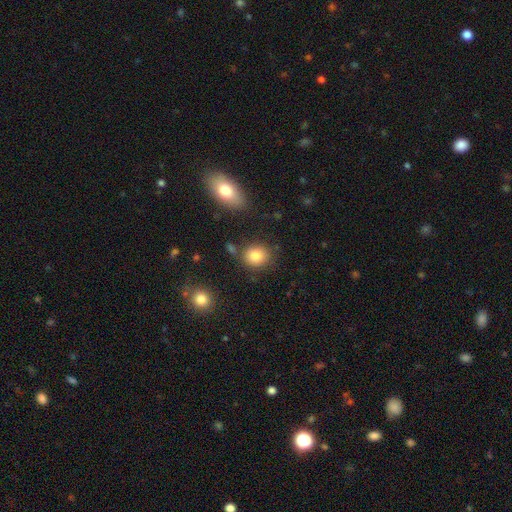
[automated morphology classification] type=smooth (83%); roundness=round (72%); merging=none (80%).